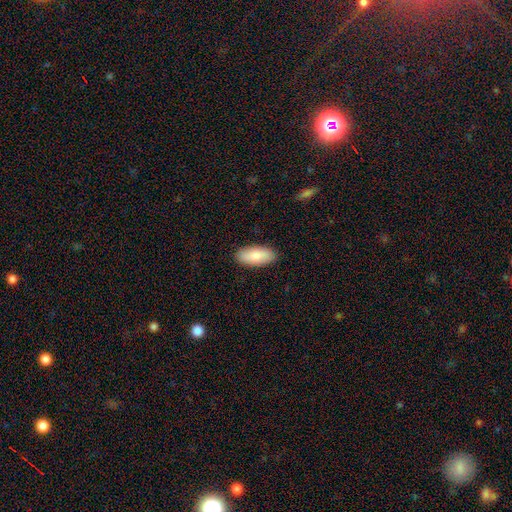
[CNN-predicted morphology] Smooth or featured? Predicted: smooth (p=0.83). How rounded? Predicted: in between (p=0.90). Merging? Predicted: none (p=0.89).